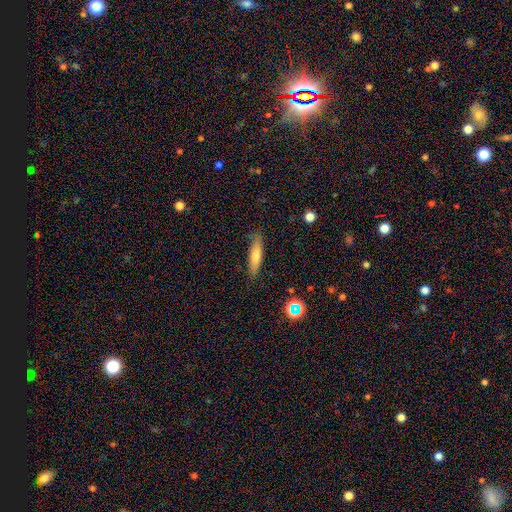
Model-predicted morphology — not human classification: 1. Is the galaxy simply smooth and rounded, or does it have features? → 59% smooth, 32% featured or disk, 9% star or artifact.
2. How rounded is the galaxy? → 83% cigar-shaped, 15% in between, 2% round.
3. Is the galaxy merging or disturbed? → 84% none, 13% minor disturbance, 2% major disturbance, 1% merger.